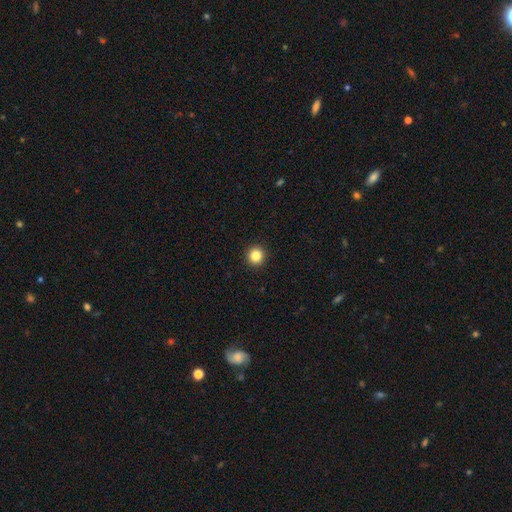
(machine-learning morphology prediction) type=smooth (84%); roundness=round (95%); merging=none (94%).